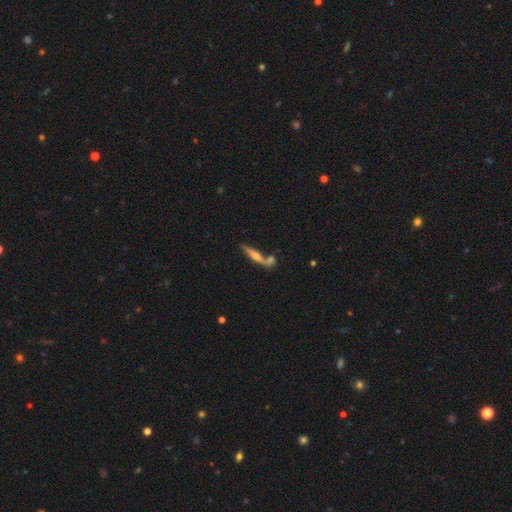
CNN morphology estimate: Smooth or featured? featured or disk (54%)
Edge-on disk? yes (92%)
Merging? none (58%)